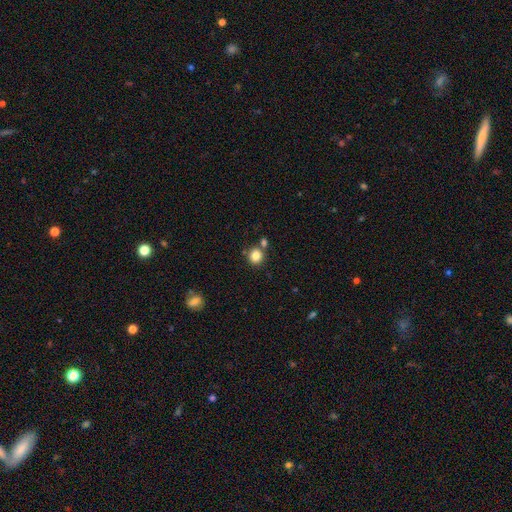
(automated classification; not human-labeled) A smooth galaxy with no disk features (84%) that is round (86%).

Vote fractions:
- Smooth or featured? smooth: 84% / star or artifact: 11% / featured or disk: 6%
- How rounded? round: 86% / in between: 13% / cigar-shaped: 1%
- Merging? none: 72% / merger: 15% / minor disturbance: 10% / major disturbance: 3%